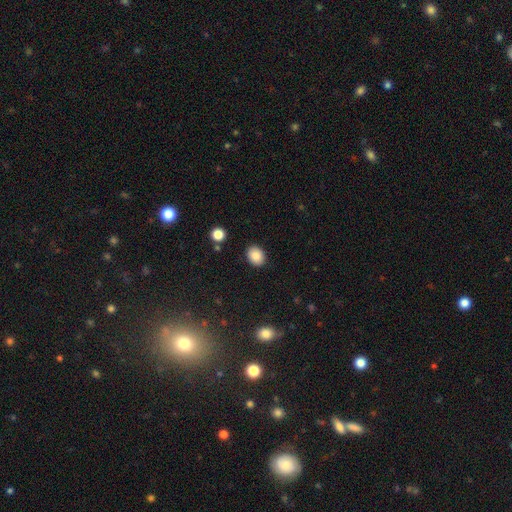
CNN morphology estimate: This appears to be a smooth galaxy with no disk features (87%) that is in between round and cigar-shaped (55%). Merging: none (88%).